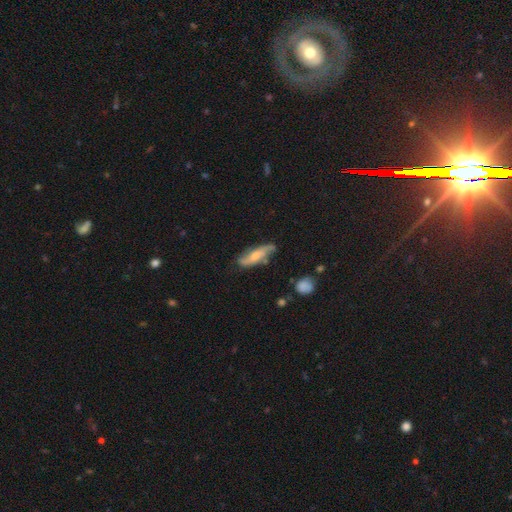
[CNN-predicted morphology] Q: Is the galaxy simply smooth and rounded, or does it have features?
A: featured or disk — 57%.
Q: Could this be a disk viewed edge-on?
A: no — 75%.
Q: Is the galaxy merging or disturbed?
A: none — 63%.